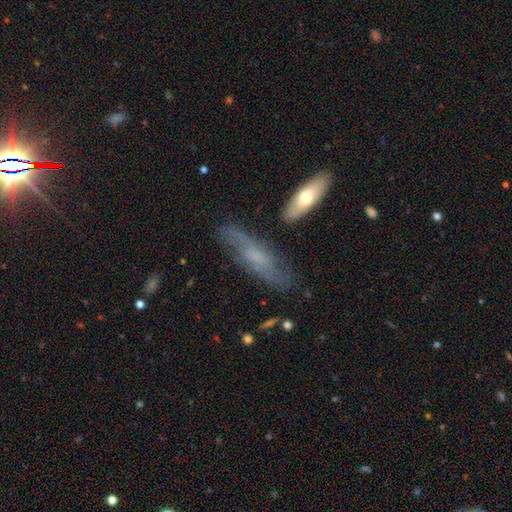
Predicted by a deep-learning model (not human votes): A featured or disk galaxy (58%). Merging: none (67%).